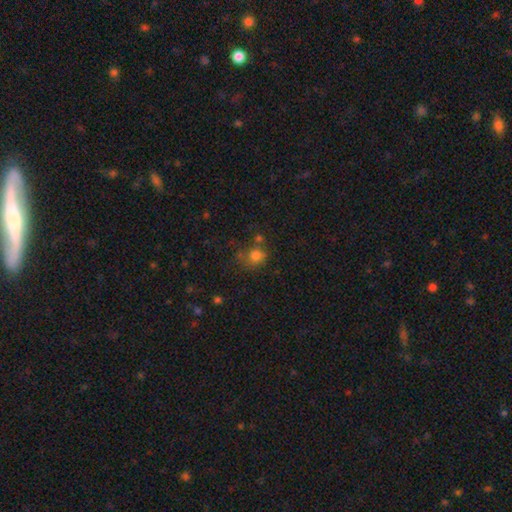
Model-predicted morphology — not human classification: Smooth or featured? smooth (75%)
How rounded? round (70%)
Merging? none (48%)